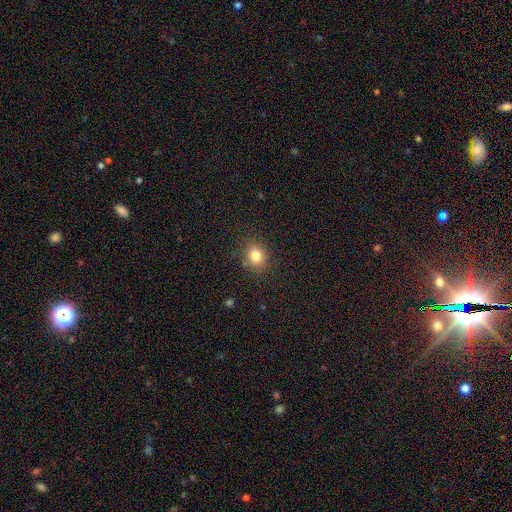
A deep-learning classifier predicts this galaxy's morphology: The model was most divided on "how rounded": round: 69%, in between: 30%, cigar-shaped: 1%. More confident: merging — none (84%); smooth or featured — smooth (81%).